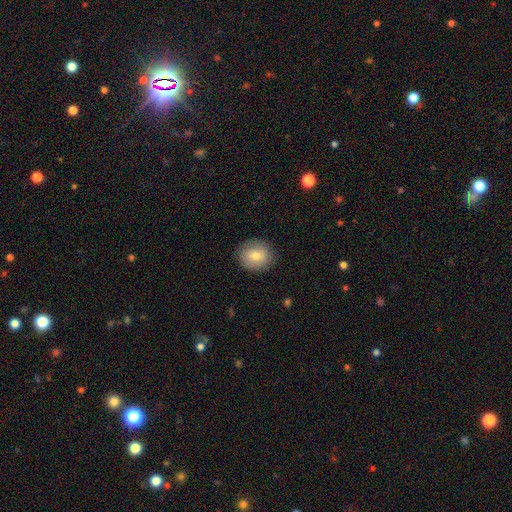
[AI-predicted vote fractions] Q: Smooth or featured?
A: smooth (74%); runner-up: featured or disk (18%)
Q: How rounded?
A: round (76%); runner-up: in between (23%)
Q: Merging?
A: none (88%); runner-up: minor disturbance (9%)